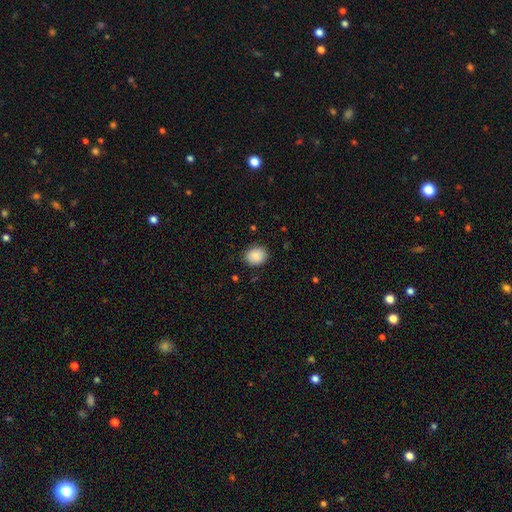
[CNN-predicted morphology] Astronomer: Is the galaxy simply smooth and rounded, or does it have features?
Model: smooth — 89%.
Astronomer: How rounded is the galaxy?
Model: round — 56% (runner-up: in between, 43%).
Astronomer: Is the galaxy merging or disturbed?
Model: none — 86%.